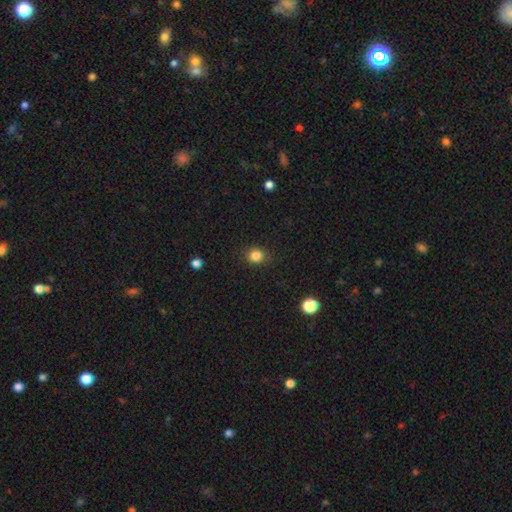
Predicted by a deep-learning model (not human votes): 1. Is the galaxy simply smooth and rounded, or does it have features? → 84% smooth, 12% star or artifact, 4% featured or disk.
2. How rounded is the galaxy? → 78% round, 21% in between, 1% cigar-shaped.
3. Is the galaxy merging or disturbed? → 86% none, 10% minor disturbance, 3% major disturbance, 1% merger.